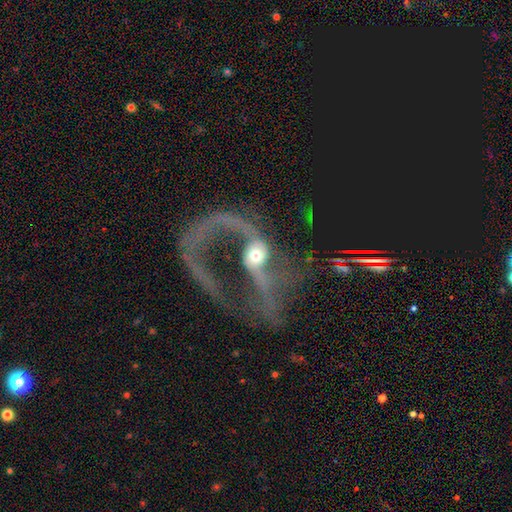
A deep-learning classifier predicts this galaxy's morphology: Smooth or featured: featured or disk — 76% (smooth — 15%)
Edge-on disk: no — 90% (yes — 10%)
Bar: no — 64% (weak — 23%)
Spiral arms: yes — 77% (no — 23%)
Spiral winding: loose — 87% (medium — 10%)
Spiral arm count: 2 — 74% (1 — 15%)
Bulge size: moderate — 55% (small — 21%)
Merging: major disturbance — 52% (merger — 20%)